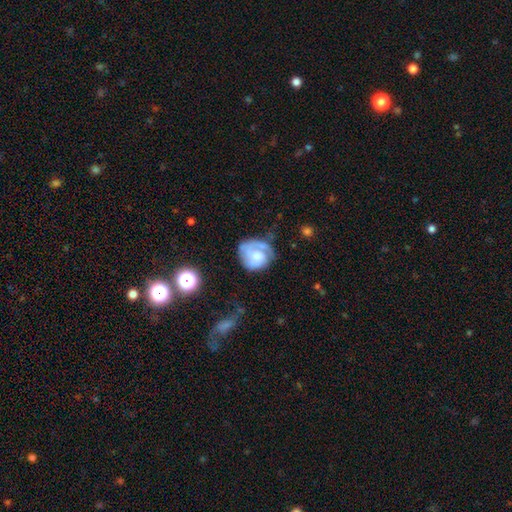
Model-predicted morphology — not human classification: smooth-or-featured: featured or disk: 61% | smooth: 31% | star or artifact: 7%
  disk-edge-on: no: 98% | yes: 2%
    bar: no: 71% | weak: 25% | strong: 4%
    has-spiral-arms: yes: 82% | no: 18%
    bulge-size: moderate: 34% | small: 29% | none: 21% | large: 13% | dominant: 3%
  merging: none: 52% | minor disturbance: 26% | major disturbance: 19% | merger: 3%